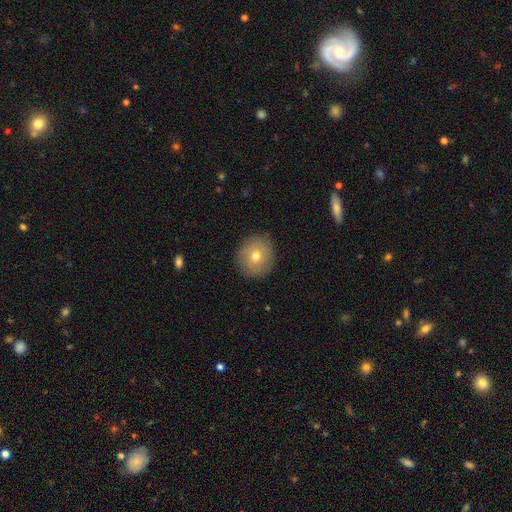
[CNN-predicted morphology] This is likely a smooth galaxy (70%). How rounded: clearly round (89%). Merging: clearly none (88%).